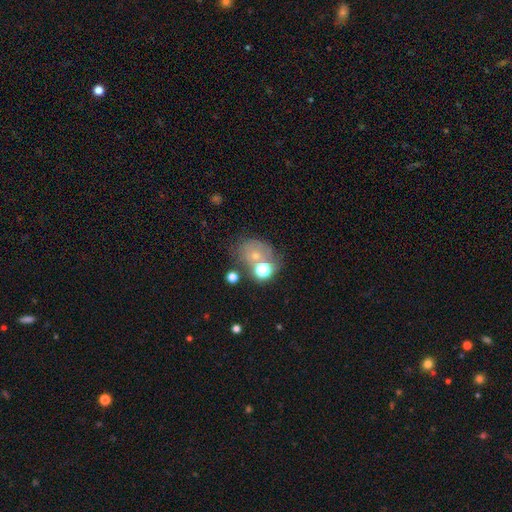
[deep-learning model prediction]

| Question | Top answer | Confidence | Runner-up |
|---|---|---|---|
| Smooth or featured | smooth | 54% | featured or disk (25%) |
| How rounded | round | 58% | in between (41%) |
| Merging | none | 43% | merger (25%) |